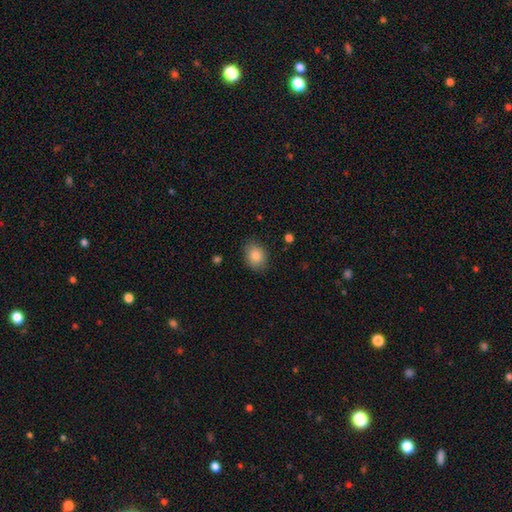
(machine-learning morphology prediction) Q: Smooth or featured?
A: smooth (86%); runner-up: star or artifact (8%)
Q: How rounded?
A: round (50%); runner-up: in between (49%)
Q: Merging?
A: none (83%); runner-up: minor disturbance (13%)